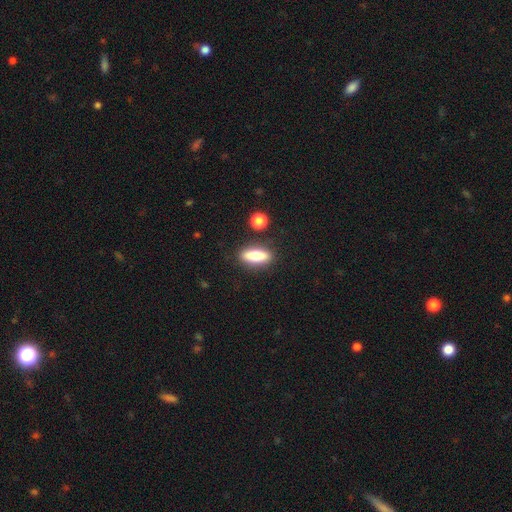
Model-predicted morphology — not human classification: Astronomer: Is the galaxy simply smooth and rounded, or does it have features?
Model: smooth — 76%.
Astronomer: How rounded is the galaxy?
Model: in between — 51% (runner-up: cigar-shaped, 46%).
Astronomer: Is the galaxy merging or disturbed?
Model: none — 85%.